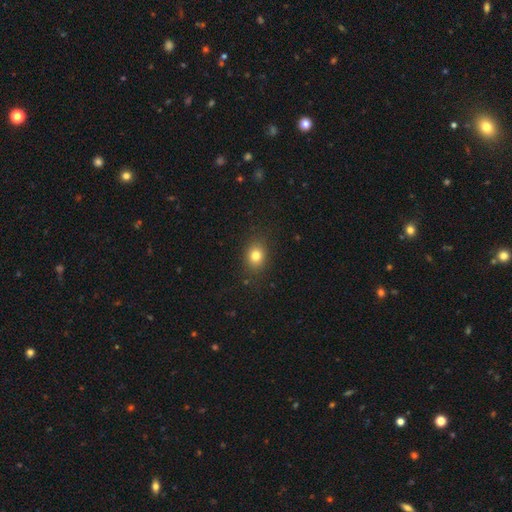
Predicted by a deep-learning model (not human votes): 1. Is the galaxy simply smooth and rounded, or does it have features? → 80% smooth, 12% star or artifact, 8% featured or disk.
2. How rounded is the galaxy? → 52% round, 47% in between, 1% cigar-shaped.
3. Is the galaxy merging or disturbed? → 86% none, 10% minor disturbance, 3% major disturbance, 1% merger.